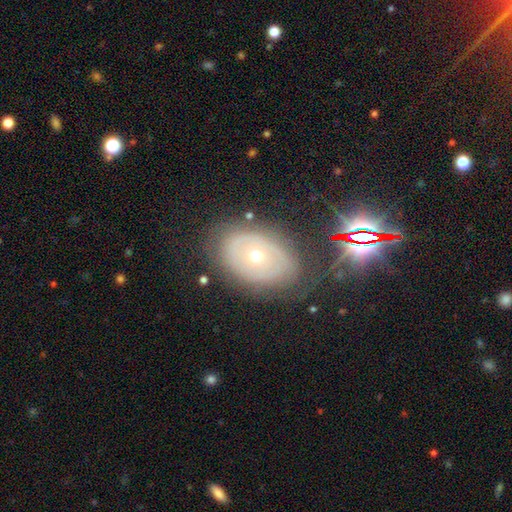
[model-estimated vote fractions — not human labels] featured or disk 58%, smooth 30%, star or artifact 12%. Down the decision tree: edge-on disk — no (92%); bar — no (89%); spiral arms — no (69%); bulge size — moderate (57%); merging — none (76%).